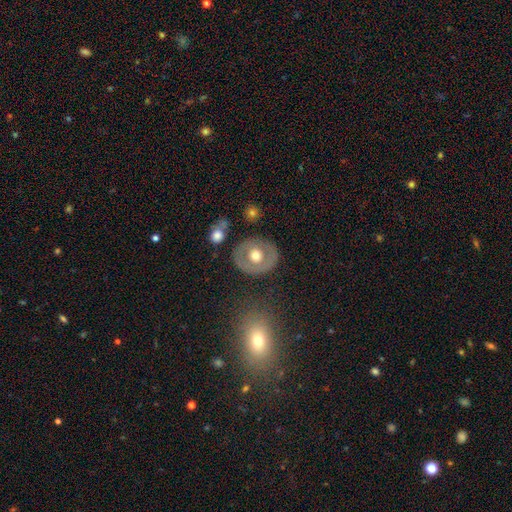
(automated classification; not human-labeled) Smooth or featured? featured or disk (48%)
Merging? none (81%)